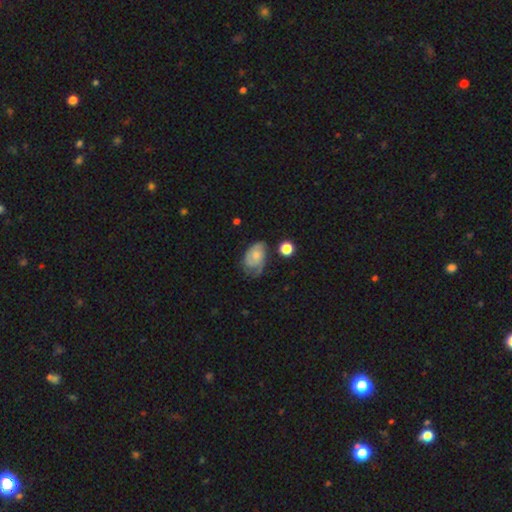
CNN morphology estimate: smooth_or_featured: featured or disk (p=0.62) [alt: smooth p=0.31]
disk_edge_on: no (p=0.97) [alt: yes p=0.03]
bar: no (p=0.75) [alt: weak p=0.22]
has_spiral_arms: yes (p=0.87) [alt: no p=0.13]
spiral_winding: tight (p=0.50) [alt: medium p=0.35]
spiral_arm_count: 2 (p=0.41) [alt: can't tell p=0.29]
bulge_size: small (p=0.54) [alt: moderate p=0.32]
merging: none (p=0.44) [alt: minor disturbance p=0.31]